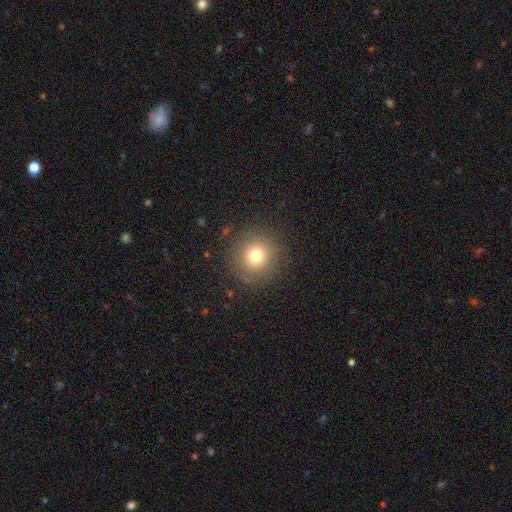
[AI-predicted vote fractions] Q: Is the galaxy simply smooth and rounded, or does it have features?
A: smooth — 76%.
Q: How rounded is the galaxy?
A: round — 94%.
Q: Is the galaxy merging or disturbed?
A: none — 88%.